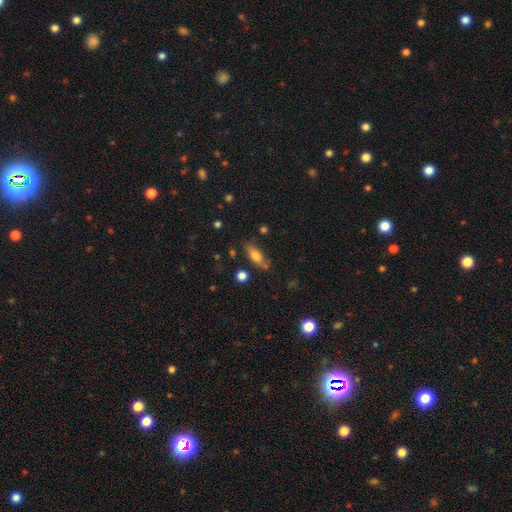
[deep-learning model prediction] smooth 69%, featured or disk 22%, star or artifact 8%. Down the decision tree: how rounded — in between (67%); merging — none (72%).